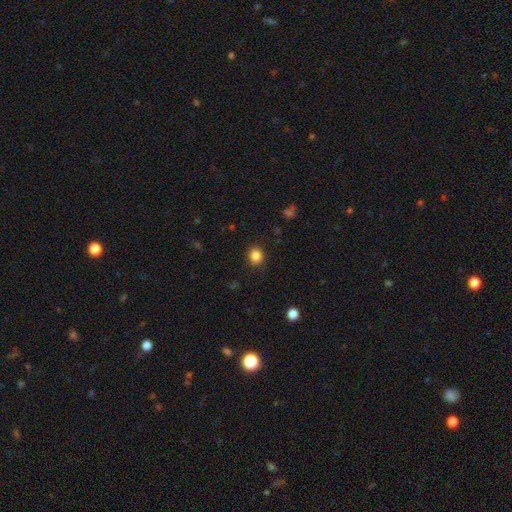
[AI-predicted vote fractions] This appears to be a smooth galaxy with no disk features (85%) that is round (71%). Merging: none (89%).